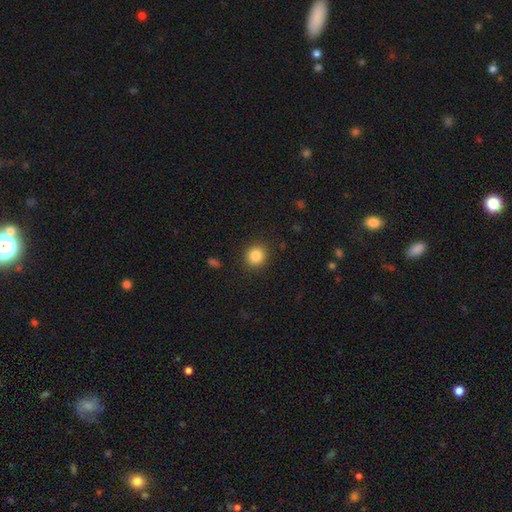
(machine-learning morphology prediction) Smooth or featured? Predicted: smooth (p=0.86). How rounded? Predicted: round (p=0.85). Merging? Predicted: none (p=0.89).